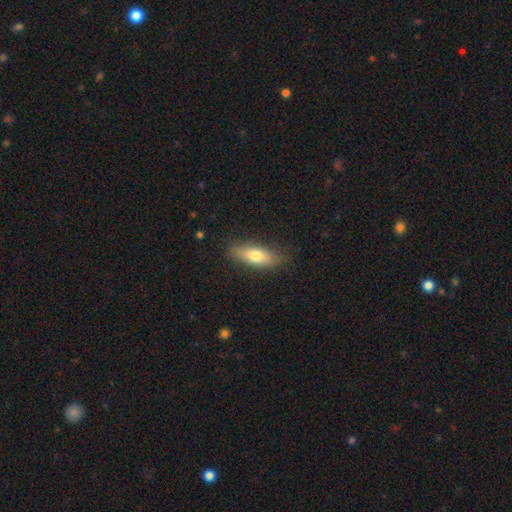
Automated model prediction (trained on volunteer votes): Overall: smooth (70%). How rounded: in between (58%; cigar-shaped 39%). Merging: none (83%).